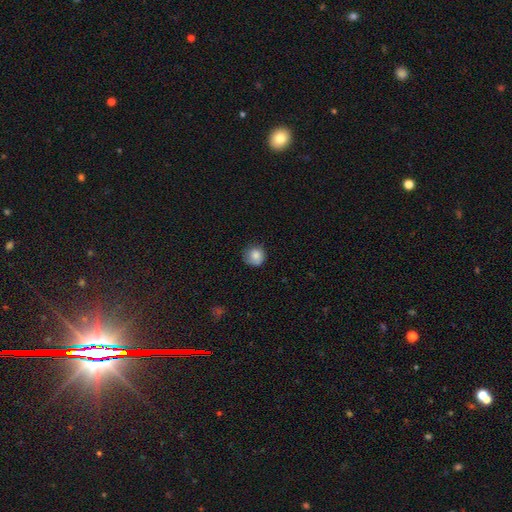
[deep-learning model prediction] Smooth or featured? smooth (82%)
How rounded? round (88%)
Merging? none (68%)